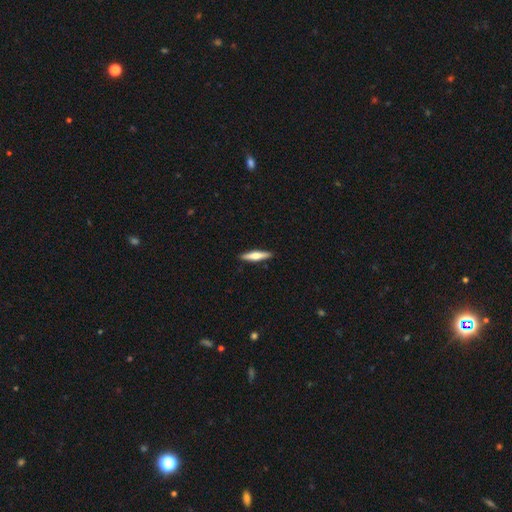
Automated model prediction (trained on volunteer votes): smooth 49%, featured or disk 45%, star or artifact 5%. Down the decision tree: merging — none (91%).